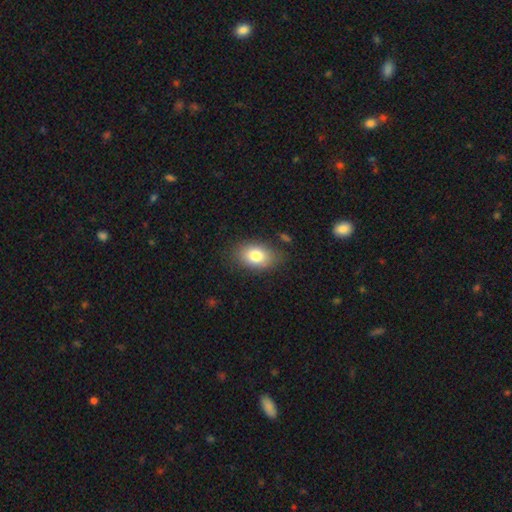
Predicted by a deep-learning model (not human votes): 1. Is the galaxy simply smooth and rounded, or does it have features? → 80% smooth, 12% featured or disk, 8% star or artifact.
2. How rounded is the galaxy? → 83% in between, 16% round, 1% cigar-shaped.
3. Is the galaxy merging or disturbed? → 80% none, 14% minor disturbance, 4% major disturbance, 2% merger.